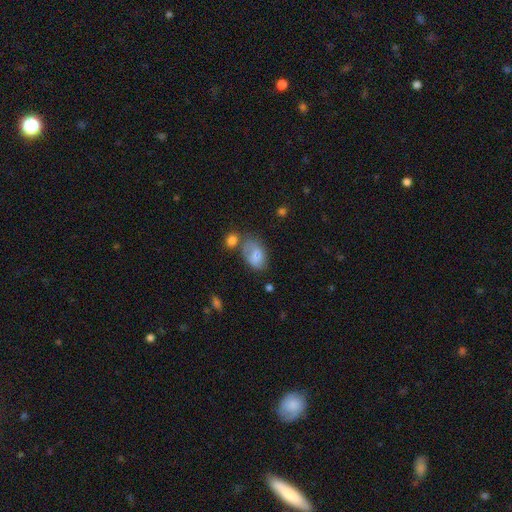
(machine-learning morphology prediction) Smooth or featured? smooth (67%)
How rounded? in between (86%)
Merging? none (46%)